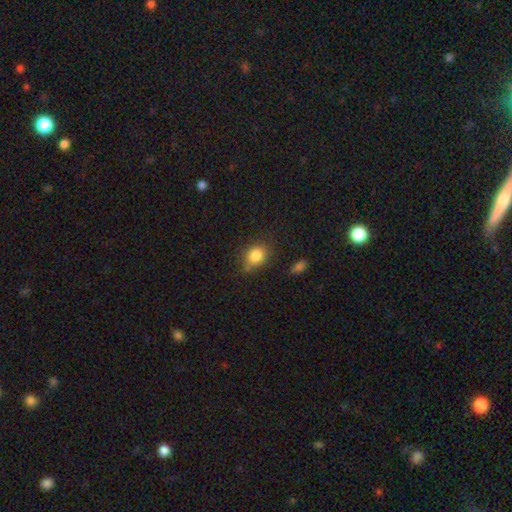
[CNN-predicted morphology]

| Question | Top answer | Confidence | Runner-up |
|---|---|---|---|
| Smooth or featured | smooth | 84% | star or artifact (10%) |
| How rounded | round | 53% | in between (46%) |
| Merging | none | 71% | minor disturbance (20%) |